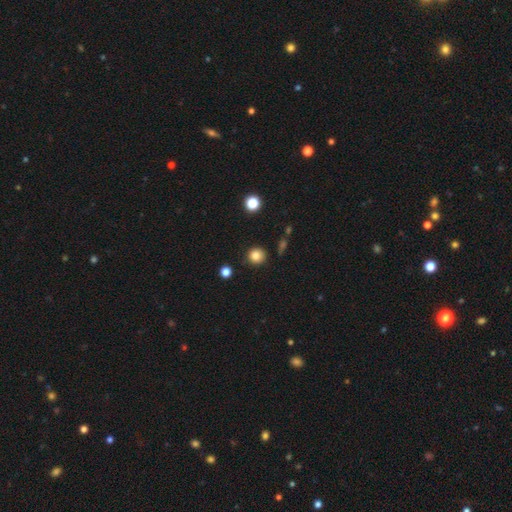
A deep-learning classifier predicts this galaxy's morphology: smooth-or-featured: smooth: 83% | star or artifact: 12% | featured or disk: 5%
  how-rounded: round: 93% | in between: 6% | cigar-shaped: 1%
  merging: none: 88% | minor disturbance: 8% | major disturbance: 2% | merger: 2%